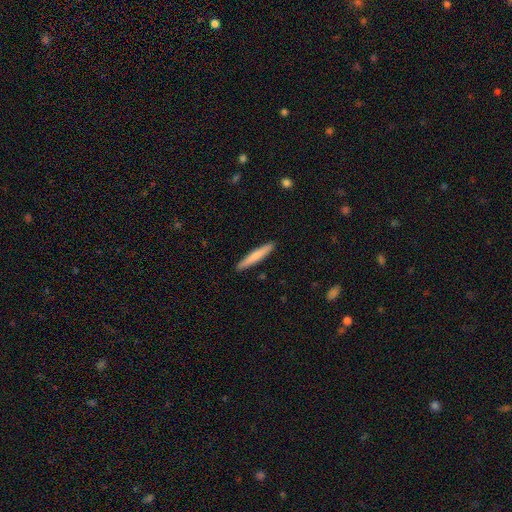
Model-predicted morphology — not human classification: A smooth galaxy with no disk features (75%) that is cigar-shaped (95%). Merging: none (92%).